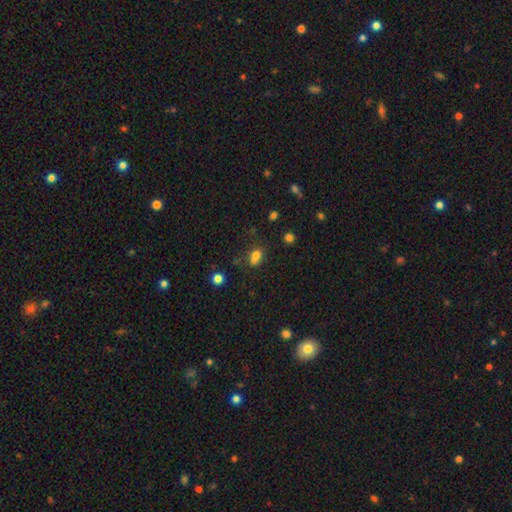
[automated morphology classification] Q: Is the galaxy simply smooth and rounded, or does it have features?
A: smooth — 74%.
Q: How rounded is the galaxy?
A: in between — 52%.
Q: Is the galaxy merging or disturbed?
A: none — 45%.